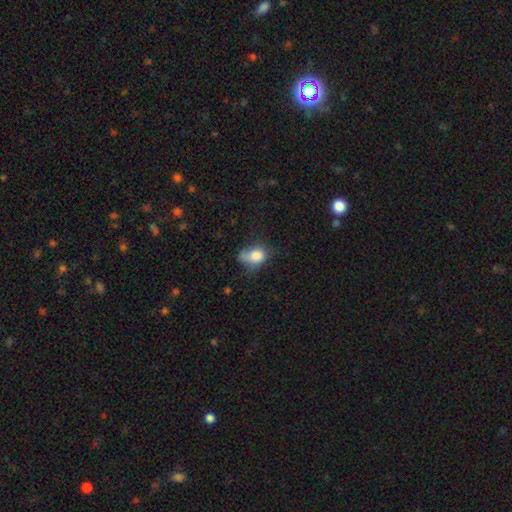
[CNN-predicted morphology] Smooth or featured? smooth (78%)
How rounded? in between (62%)
Merging? none (36%)